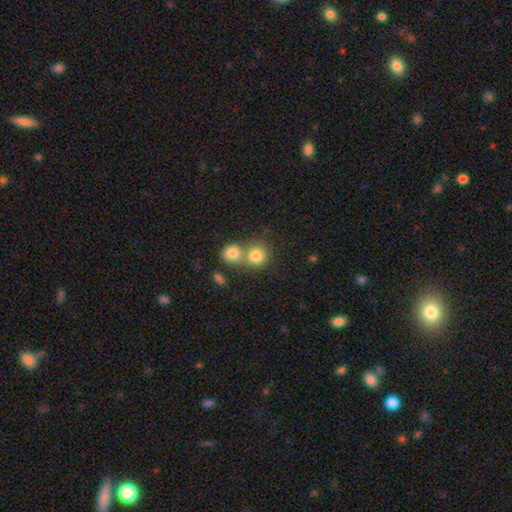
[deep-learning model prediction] This is clearly a smooth galaxy (80%). How rounded: clearly round (85%). Merging: possibly merger (52%).